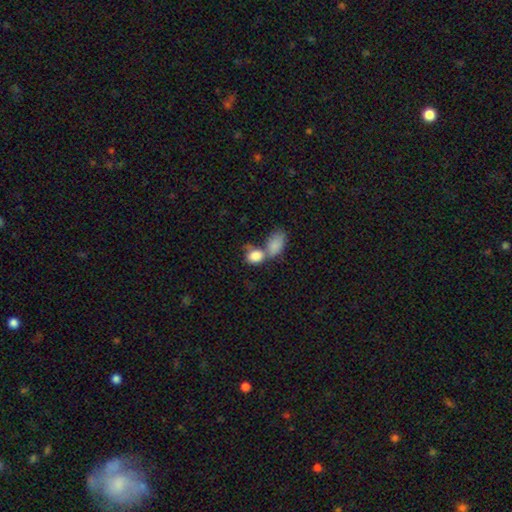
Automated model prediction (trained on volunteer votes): Smooth or featured? smooth (84%)
How rounded? in between (65%)
Merging? merger (59%)